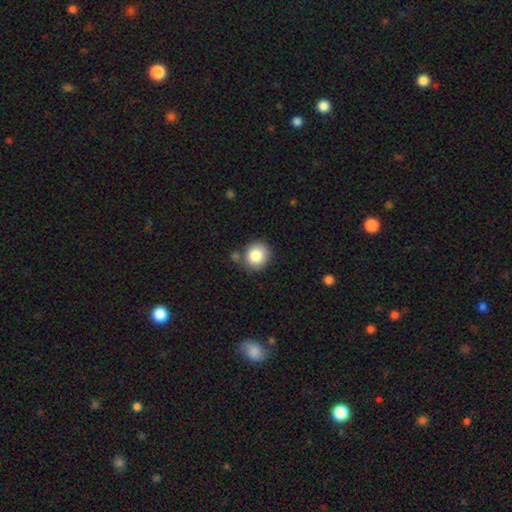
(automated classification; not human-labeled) Overall: smooth (83%). How rounded: round (83%). Merging: none (78%).